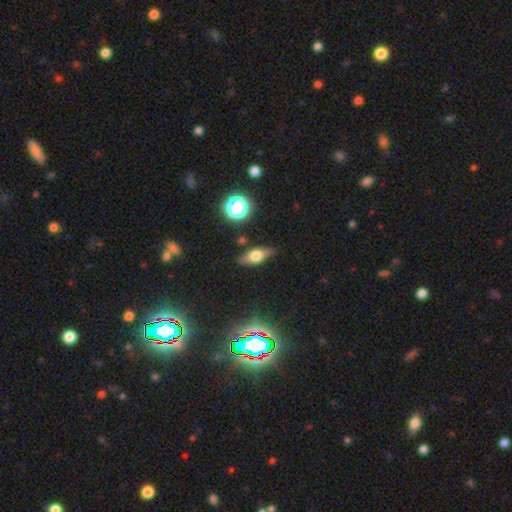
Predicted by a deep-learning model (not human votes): A smooth galaxy with no disk features (50%). Merging: none (80%).